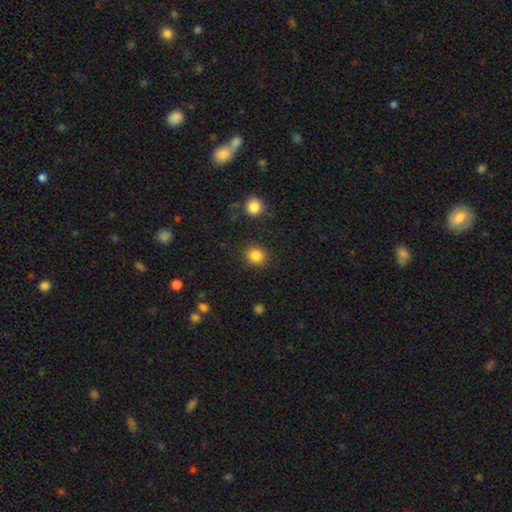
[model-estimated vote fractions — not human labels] The model was most divided on "how rounded": round: 79%, in between: 20%, cigar-shaped: 1%. More confident: merging — none (87%); smooth or featured — smooth (86%).